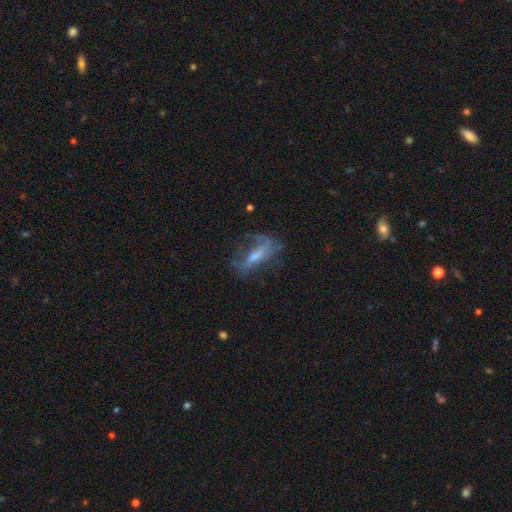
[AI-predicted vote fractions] This is likely a featured or disk galaxy (61%). It is likely not viewed edge-on (78%). Merging: possibly none (46%).